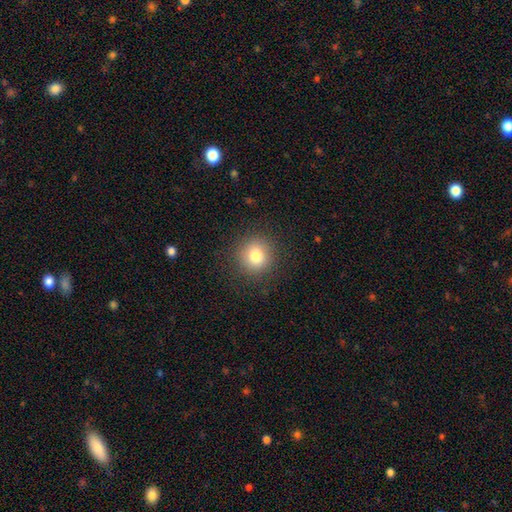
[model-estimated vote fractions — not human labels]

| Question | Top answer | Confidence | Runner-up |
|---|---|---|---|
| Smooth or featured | smooth | 79% | star or artifact (12%) |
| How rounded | round | 90% | in between (9%) |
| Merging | none | 88% | minor disturbance (8%) |